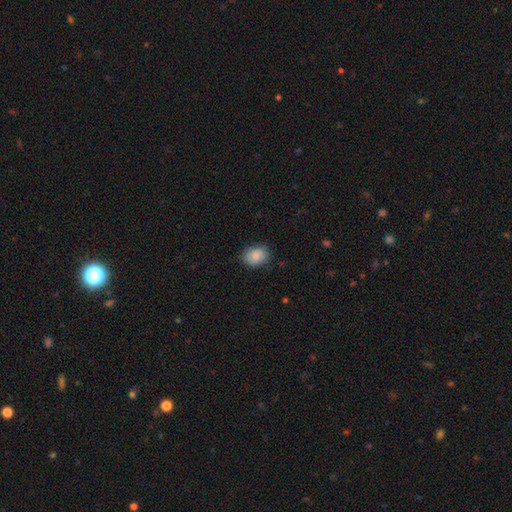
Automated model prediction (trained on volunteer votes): Morphology: type=smooth (89%); roundness=in between (67%); merging=none (81%).